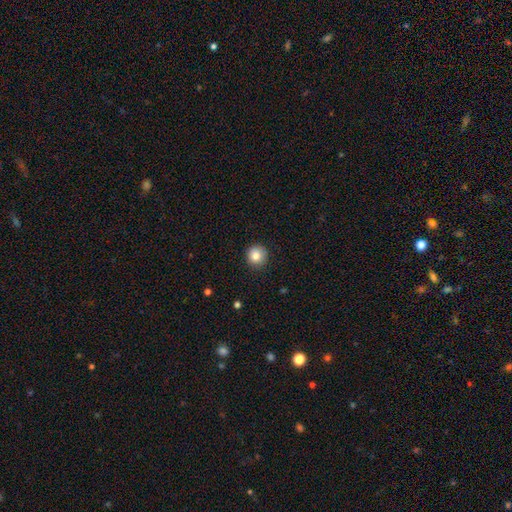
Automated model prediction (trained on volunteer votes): Morphology: type=smooth (84%); roundness=round (94%); merging=none (90%).